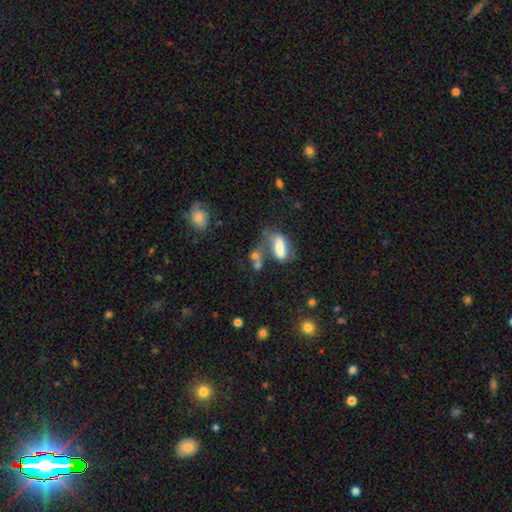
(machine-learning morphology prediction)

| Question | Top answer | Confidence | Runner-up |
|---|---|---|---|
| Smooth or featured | smooth | 62% | featured or disk (23%) |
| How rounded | in between | 68% | cigar-shaped (18%) |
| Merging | none | 34% | merger (29%) |